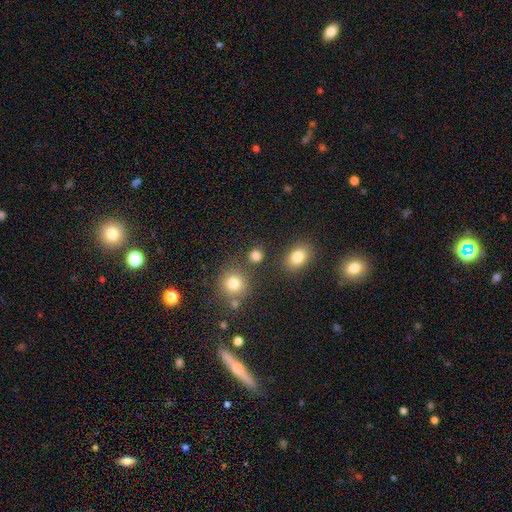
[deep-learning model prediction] Q: Smooth or featured?
A: smooth (82%); runner-up: star or artifact (13%)
Q: How rounded?
A: round (75%); runner-up: in between (23%)
Q: Merging?
A: none (79%); runner-up: minor disturbance (9%)